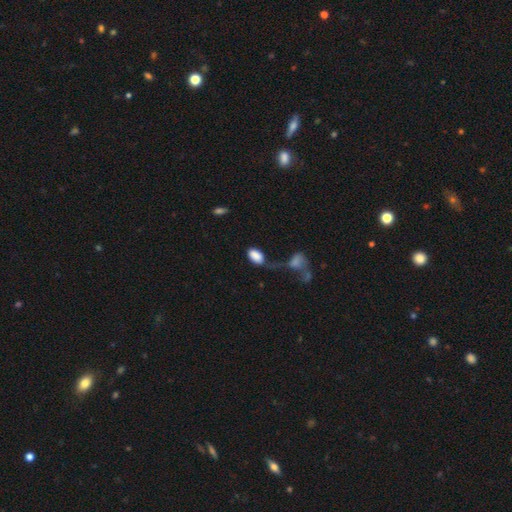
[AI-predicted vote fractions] Overall: smooth (85%). How rounded: in between (93%). Merging: none (32%; merger 26%).